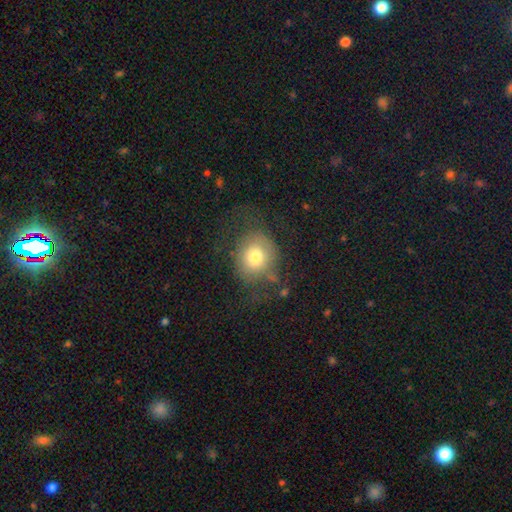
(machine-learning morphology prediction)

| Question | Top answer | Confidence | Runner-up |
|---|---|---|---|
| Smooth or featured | smooth | 69% | featured or disk (20%) |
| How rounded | round | 75% | in between (24%) |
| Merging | none | 54% | minor disturbance (22%) |